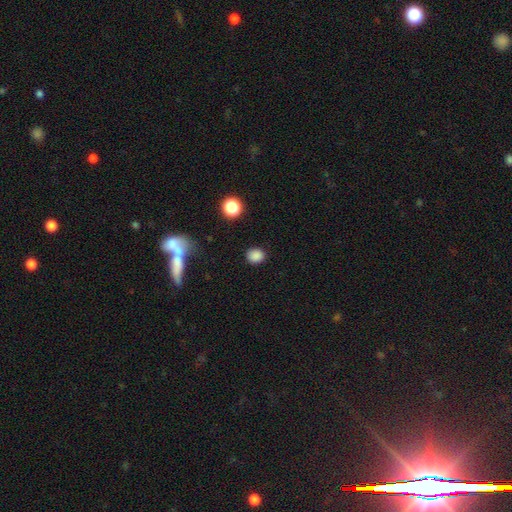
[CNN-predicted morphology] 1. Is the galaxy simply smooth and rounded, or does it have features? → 83% smooth, 13% star or artifact, 4% featured or disk.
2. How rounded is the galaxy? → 74% round, 25% in between, 1% cigar-shaped.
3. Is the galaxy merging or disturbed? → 87% none, 9% minor disturbance, 3% major disturbance, 1% merger.